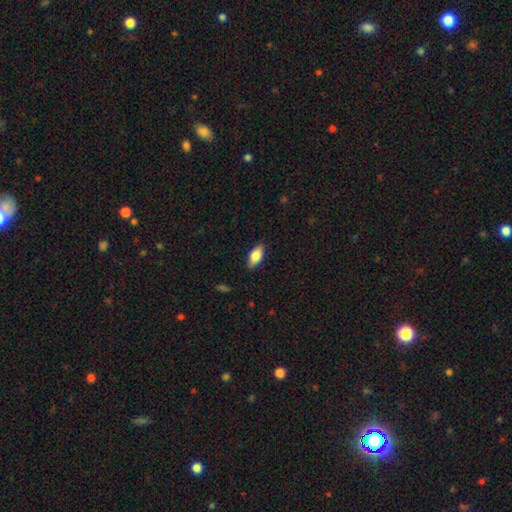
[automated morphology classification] Smooth or featured?
  - smooth: 77% *
  - featured or disk: 16%
  - star or artifact: 7%
How rounded?
  - in between: 87% *
  - cigar-shaped: 10%
  - round: 3%
Merging?
  - none: 86% *
  - minor disturbance: 11%
  - major disturbance: 2%
  - merger: 1%